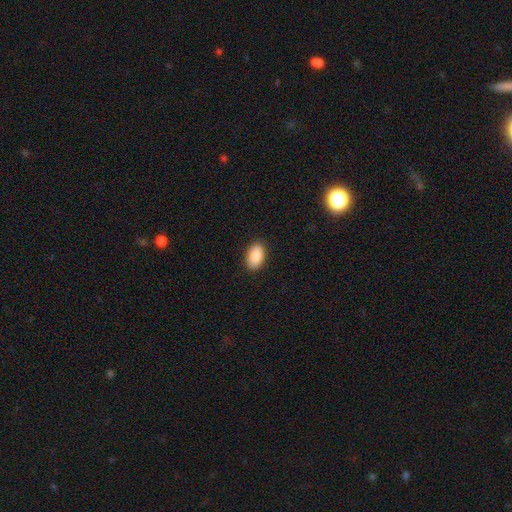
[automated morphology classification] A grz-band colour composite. It shows a smooth galaxy with no disk features (90%) that is in between round and cigar-shaped (94%). Merging: none (88%).